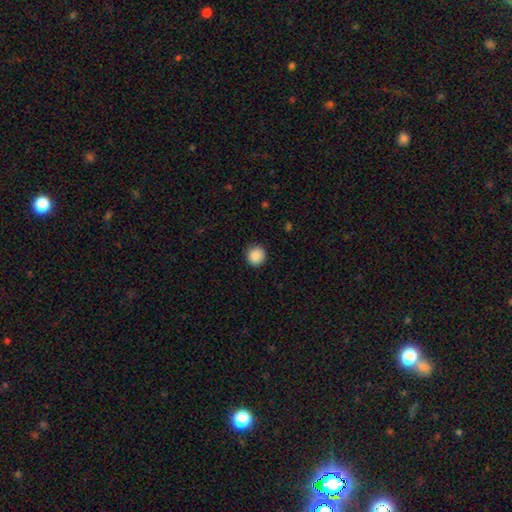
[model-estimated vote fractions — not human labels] Overall: smooth (89%). How rounded: round (92%). Merging: none (90%).